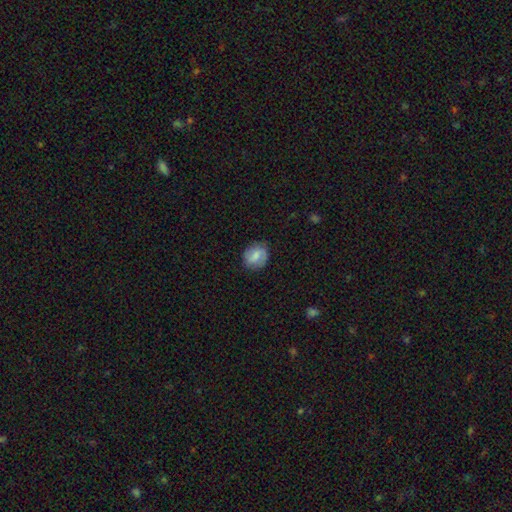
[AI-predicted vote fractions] The model was most divided on "how rounded": round: 61%, in between: 37%, cigar-shaped: 1%. More confident: merging — none (78%); smooth or featured — smooth (68%).